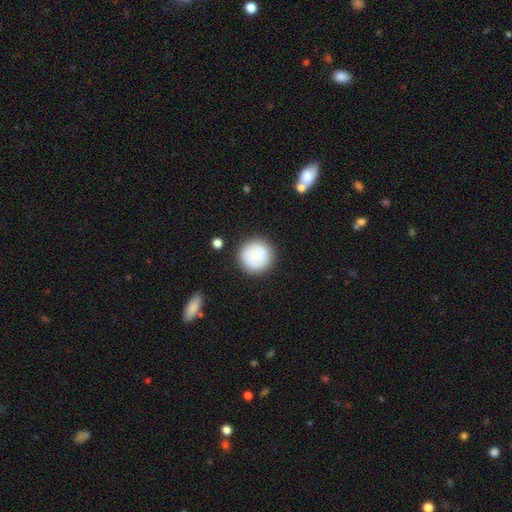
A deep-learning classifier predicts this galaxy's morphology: smooth 69%, featured or disk 24%, star or artifact 7%. Down the decision tree: how rounded — round (95%); merging — none (87%).